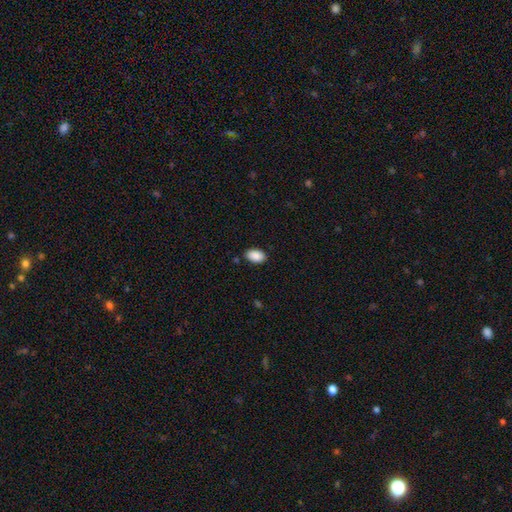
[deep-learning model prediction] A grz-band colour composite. It shows a smooth galaxy with no disk features (90%) that is in between round and cigar-shaped (92%). Merging: none (85%).